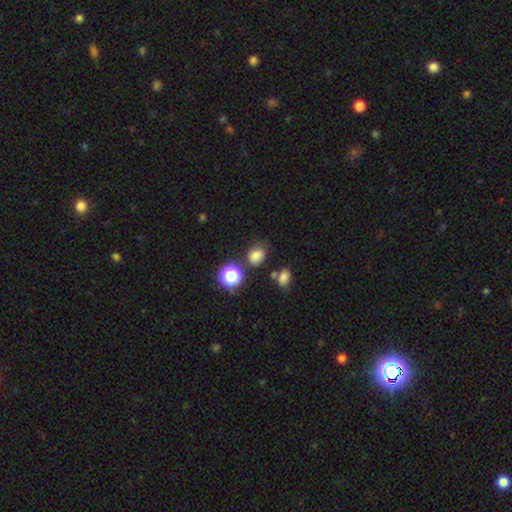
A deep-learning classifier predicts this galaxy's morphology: Q: Smooth or featured?
A: smooth (76%); runner-up: star or artifact (18%)
Q: How rounded?
A: round (50%); runner-up: in between (48%)
Q: Merging?
A: none (66%); runner-up: minor disturbance (19%)